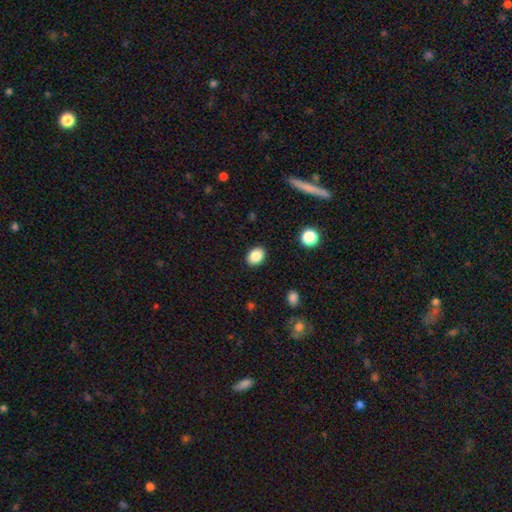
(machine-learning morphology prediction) A smooth galaxy with no disk features (86%) that is in between round and cigar-shaped (65%).

Vote fractions:
- Smooth or featured? smooth: 86% / star or artifact: 9% / featured or disk: 5%
- How rounded? in between: 65% / round: 34% / cigar-shaped: 1%
- Merging? none: 89% / minor disturbance: 7% / major disturbance: 2% / merger: 1%